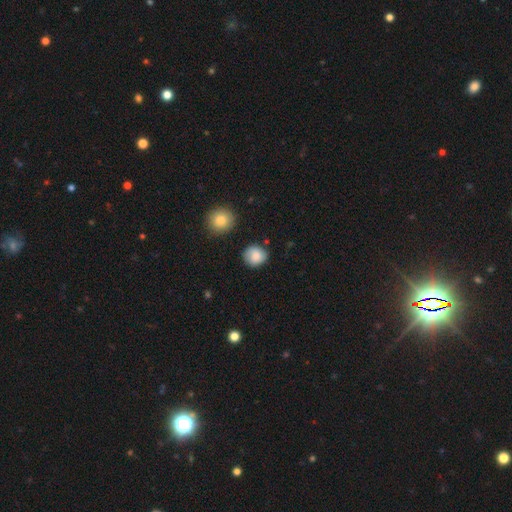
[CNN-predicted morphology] smooth-or-featured: smooth: 82% | featured or disk: 10% | star or artifact: 8%
  how-rounded: round: 83% | in between: 16% | cigar-shaped: 1%
  merging: none: 79% | minor disturbance: 15% | major disturbance: 4% | merger: 2%